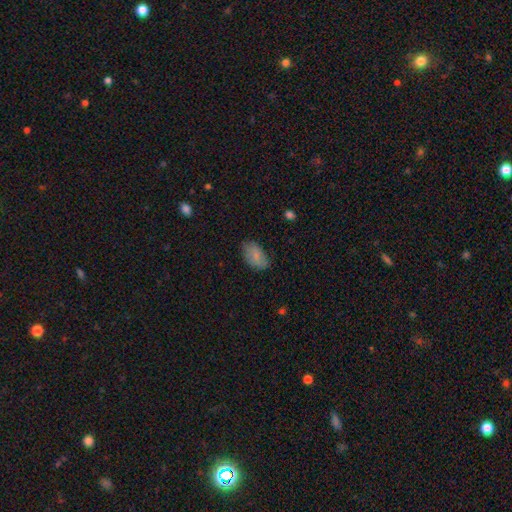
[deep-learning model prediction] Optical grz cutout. It shows a smooth galaxy with no disk features (83%) that is in between round and cigar-shaped (93%). Merging: none (78%).